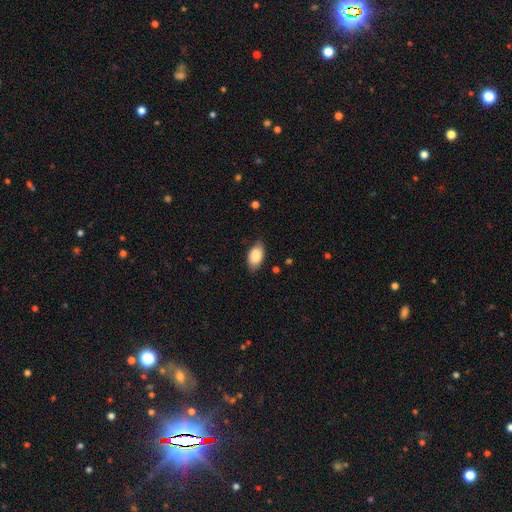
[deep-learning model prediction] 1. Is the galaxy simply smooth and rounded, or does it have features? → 87% smooth, 7% featured or disk, 6% star or artifact.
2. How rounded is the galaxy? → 93% in between, 5% round, 2% cigar-shaped.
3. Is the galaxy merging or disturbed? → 78% none, 18% minor disturbance, 3% major disturbance, 1% merger.